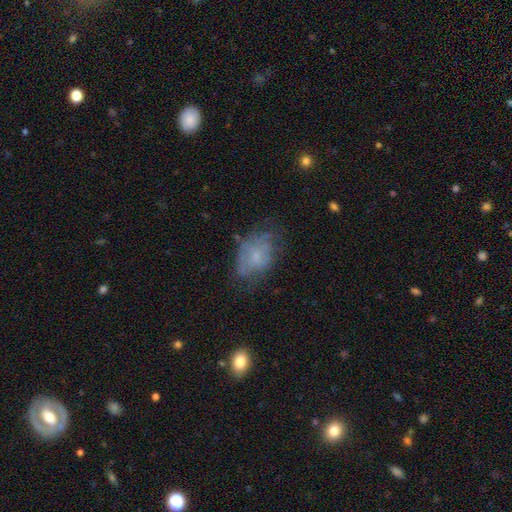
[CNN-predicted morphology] Q: Smooth or featured?
A: smooth (51%); runner-up: featured or disk (37%)
Q: How rounded?
A: in between (78%); runner-up: round (21%)
Q: Merging?
A: none (45%); runner-up: minor disturbance (31%)